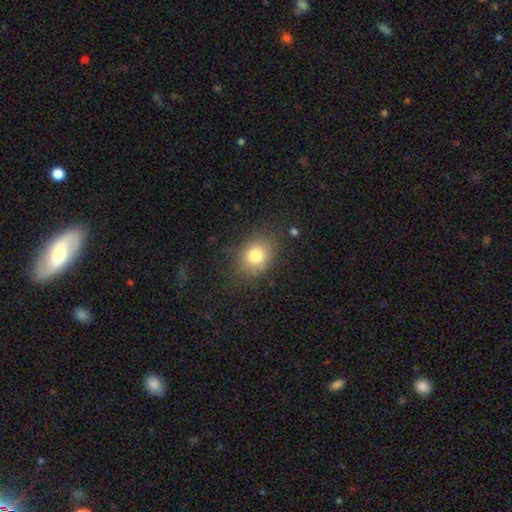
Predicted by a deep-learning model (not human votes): Smooth or featured?
  - smooth: 78% *
  - star or artifact: 12%
  - featured or disk: 11%
How rounded?
  - round: 50% *
  - in between: 49%
  - cigar-shaped: 1%
Merging?
  - none: 77% *
  - minor disturbance: 15%
  - major disturbance: 6%
  - merger: 2%